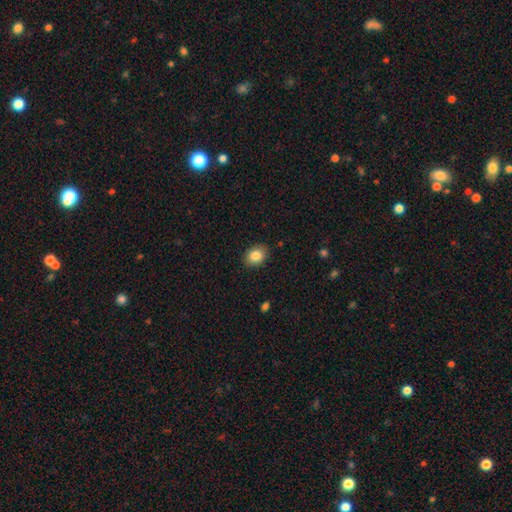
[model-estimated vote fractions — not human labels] Smooth or featured: smooth — 85% (star or artifact — 8%)
How rounded: in between — 69% (round — 30%)
Merging: none — 87% (minor disturbance — 10%)